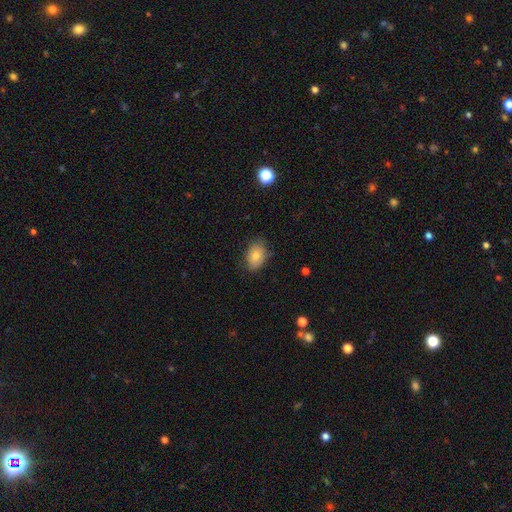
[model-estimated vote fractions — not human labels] Smooth or featured? Predicted: smooth (p=0.76). How rounded? Predicted: in between (p=0.82). Merging? Predicted: none (p=0.78).